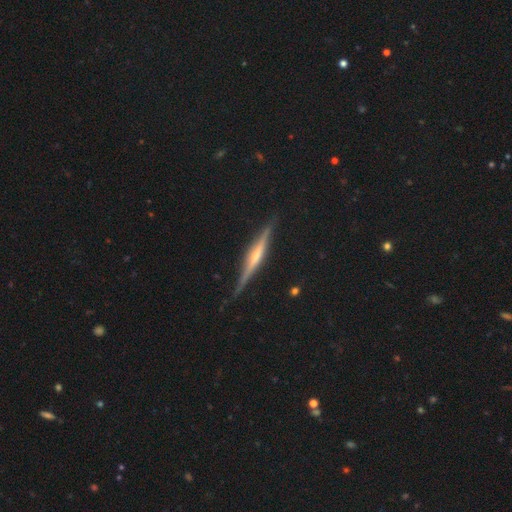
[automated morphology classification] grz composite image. It shows a featured or disk galaxy (78%) viewed edge-on (97%) with a rounded central bulge (58%). Merging: none (86%).